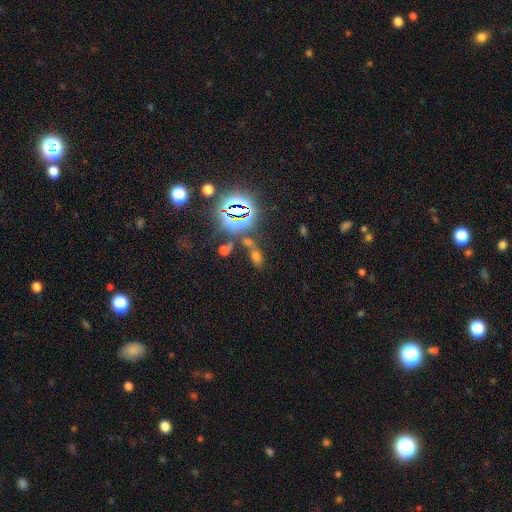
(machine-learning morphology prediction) Overall: smooth (48%; star or artifact 42%). Merging: none (65%).